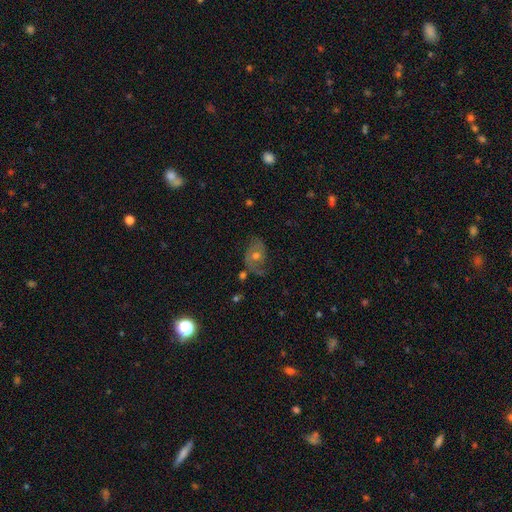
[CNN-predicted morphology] Smooth or featured? Predicted: featured or disk (p=0.63). Edge-on disk? Predicted: no (p=0.96). Bar? Predicted: no (p=0.70). Spiral arms? Predicted: yes (p=0.80). Bulge size? Predicted: moderate (p=0.65). Merging? Predicted: none (p=0.64).